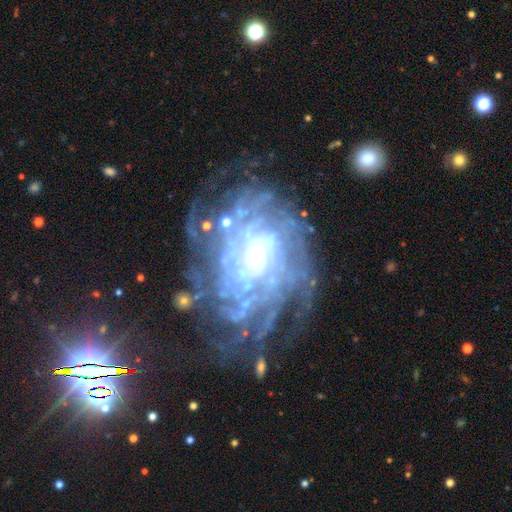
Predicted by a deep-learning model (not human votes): Q: Smooth or featured?
A: featured or disk (88%); runner-up: star or artifact (7%)
Q: Edge-on disk?
A: no (97%); runner-up: yes (3%)
Q: Bar?
A: no (72%); runner-up: weak (21%)
Q: Spiral arms?
A: yes (95%); runner-up: no (5%)
Q: Spiral winding?
A: tight (72%); runner-up: medium (21%)
Q: Spiral arm count?
A: more than 4 (32%); runner-up: can't tell (31%)
Q: Bulge size?
A: small (77%); runner-up: moderate (15%)
Q: Merging?
A: none (63%); runner-up: minor disturbance (19%)